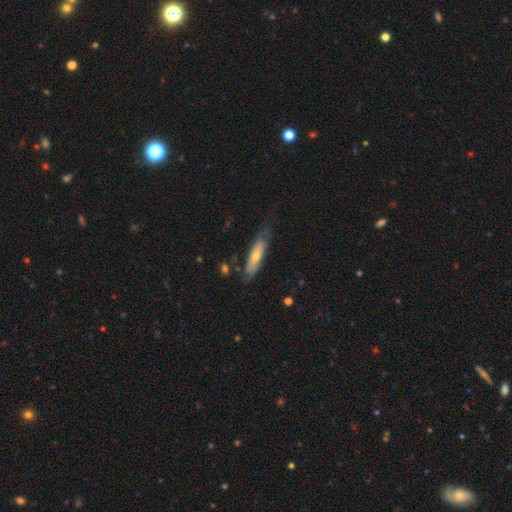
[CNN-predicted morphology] Smooth or featured? smooth (48%)
Merging? none (64%)